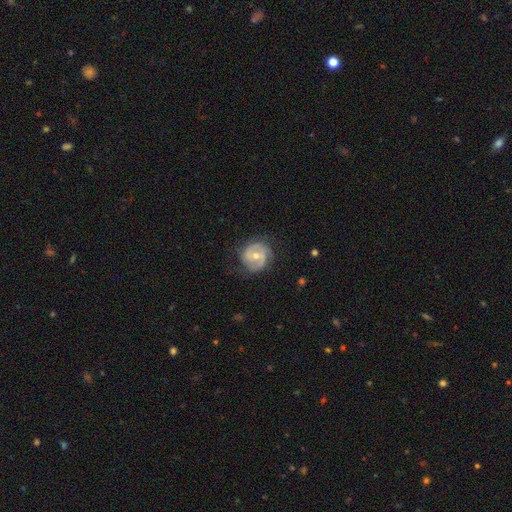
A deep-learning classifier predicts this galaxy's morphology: A featured or disk galaxy (73%) with no bar (51%), 2 (64%) tight (49%) spiral arms (86%) and a moderate central bulge (62%).

Vote fractions:
- Smooth or featured? featured or disk: 73% / smooth: 21% / star or artifact: 6%
- Edge-on disk? no: 97% / yes: 3%
- Bar? no: 51% / weak: 37% / strong: 12%
- Spiral arms? yes: 86% / no: 14%
- Spiral winding? tight: 49% / medium: 38% / loose: 13%
- Spiral arm count? 2: 64% / can't tell: 17% / 3: 10% / 1: 4% / 4: 2% / more than 4: 2%
- Bulge size? moderate: 62% / small: 34% / large: 2% / none: 1% / dominant: 1%
- Merging? none: 71% / minor disturbance: 19% / major disturbance: 8% / merger: 1%